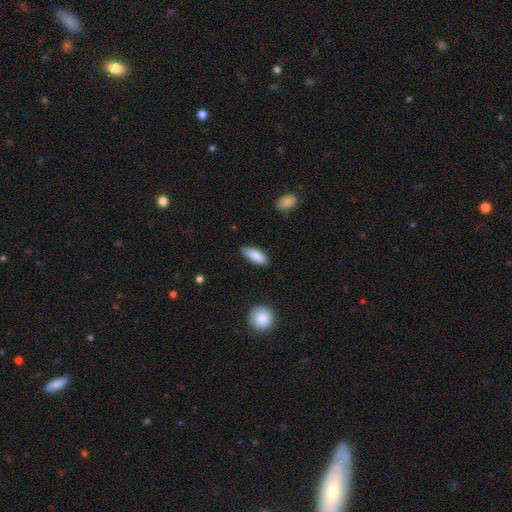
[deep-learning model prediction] Smooth or featured? smooth (87%)
How rounded? in between (65%)
Merging? none (85%)